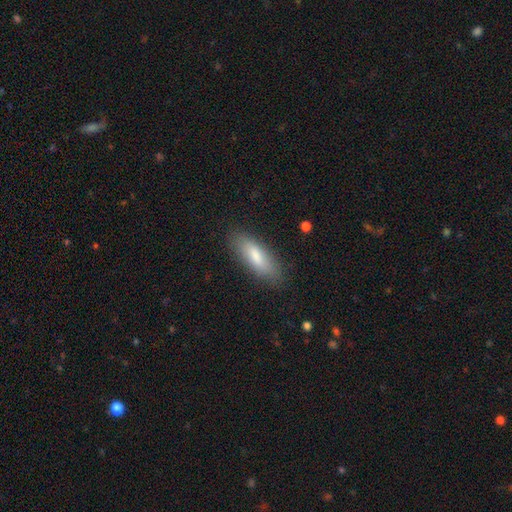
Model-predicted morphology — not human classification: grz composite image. It shows a smooth galaxy with no disk features (78%) that is in between round and cigar-shaped (56%). Merging: none (85%).